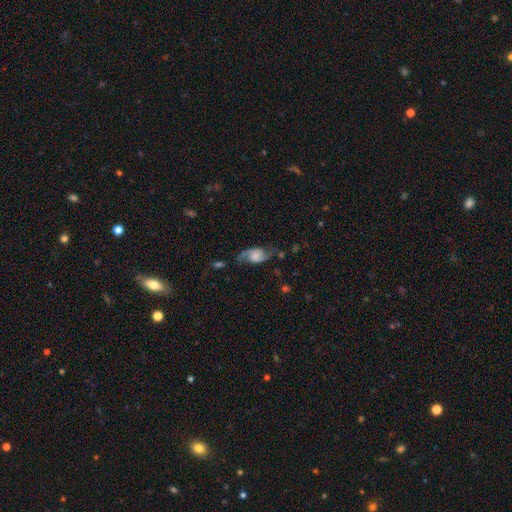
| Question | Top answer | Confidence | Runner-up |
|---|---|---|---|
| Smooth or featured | featured or disk | 77% | smooth (18%) |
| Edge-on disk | no | 97% | yes (3%) |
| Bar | no | 55% | weak (31%) |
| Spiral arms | yes | 93% | no (7%) |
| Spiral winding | loose | 44% | medium (30%) |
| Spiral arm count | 2 | 96% | 1 (4%) |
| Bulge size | small | 34% | moderate (31%) |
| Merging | none | 81% | minor disturbance (16%) |